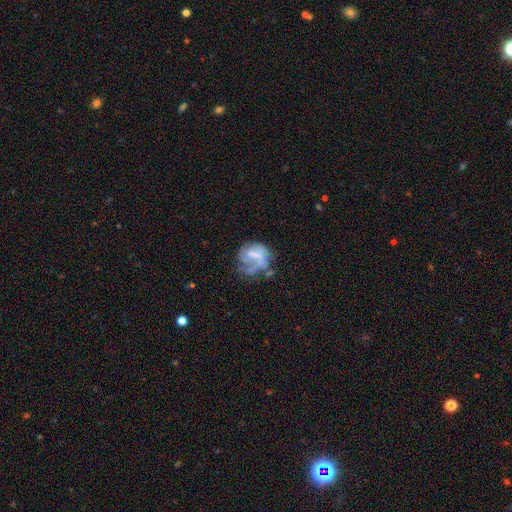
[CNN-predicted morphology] smooth-or-featured: featured or disk: 57% | smooth: 34% | star or artifact: 9%
  disk-edge-on: no: 98% | yes: 2%
    bar: no: 44% | weak: 40% | strong: 16%
    has-spiral-arms: yes: 51% | no: 49%
    bulge-size: none: 45% | small: 25% | moderate: 24% | large: 5% | dominant: 1%
  merging: major disturbance: 36% | none: 32% | minor disturbance: 24% | merger: 8%